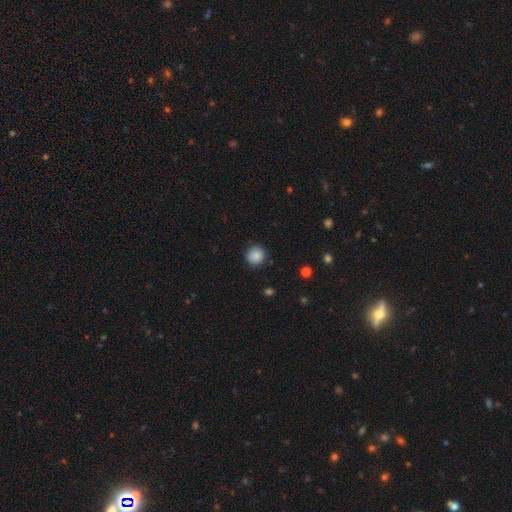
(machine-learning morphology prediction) A smooth galaxy with no disk features (87%) that is round (92%).

Vote fractions:
- Smooth or featured? smooth: 87% / star or artifact: 9% / featured or disk: 4%
- How rounded? round: 92% / in between: 7% / cigar-shaped: 1%
- Merging? none: 89% / minor disturbance: 8% / major disturbance: 2% / merger: 1%